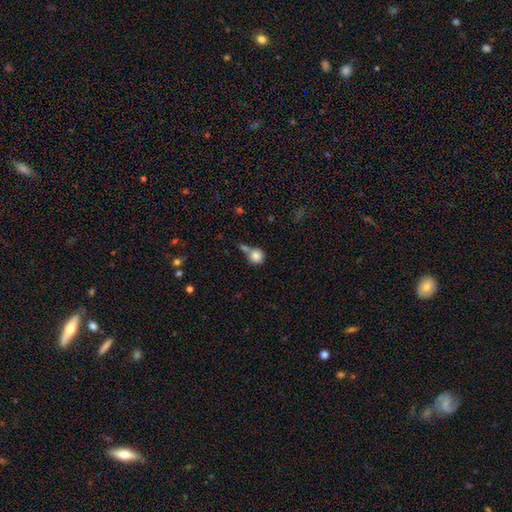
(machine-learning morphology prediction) This is clearly a smooth galaxy (83%). How rounded: clearly round (91%). Merging: possibly none (51%).